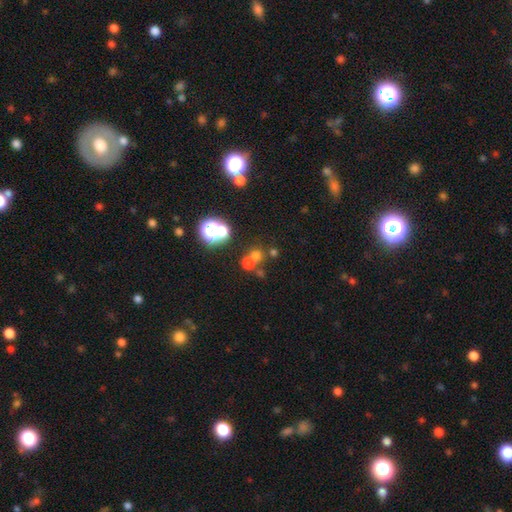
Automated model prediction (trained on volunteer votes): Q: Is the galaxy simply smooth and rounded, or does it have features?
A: smooth — 57%.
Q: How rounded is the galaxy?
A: round — 86%.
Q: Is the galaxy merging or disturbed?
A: none — 55%.